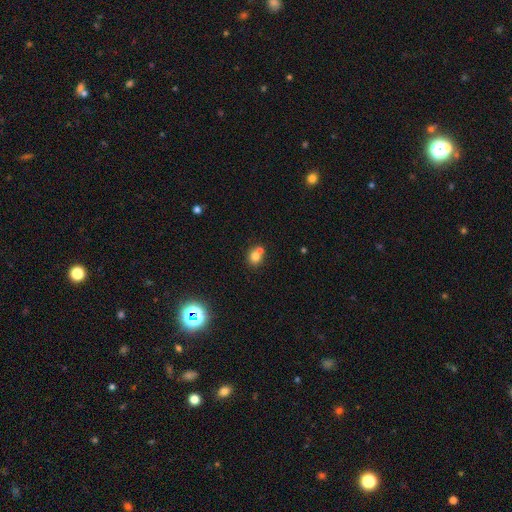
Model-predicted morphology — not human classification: Smooth or featured?
  - smooth: 74% *
  - star or artifact: 13%
  - featured or disk: 13%
How rounded?
  - round: 77% *
  - in between: 22%
  - cigar-shaped: 1%
Merging?
  - merger: 45% *
  - none: 44%
  - minor disturbance: 8%
  - major disturbance: 3%